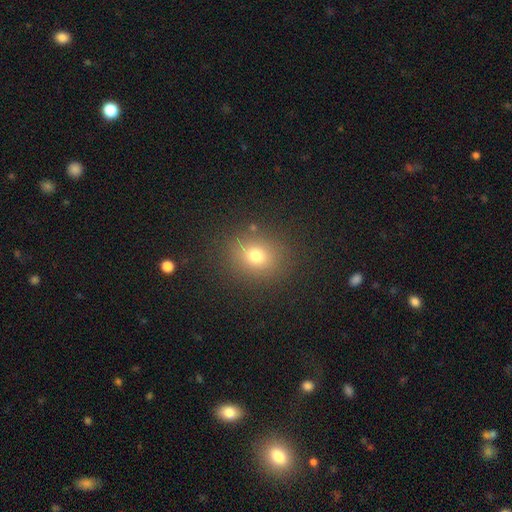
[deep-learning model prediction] Overall: smooth (73%). How rounded: round (73%). Merging: none (85%).